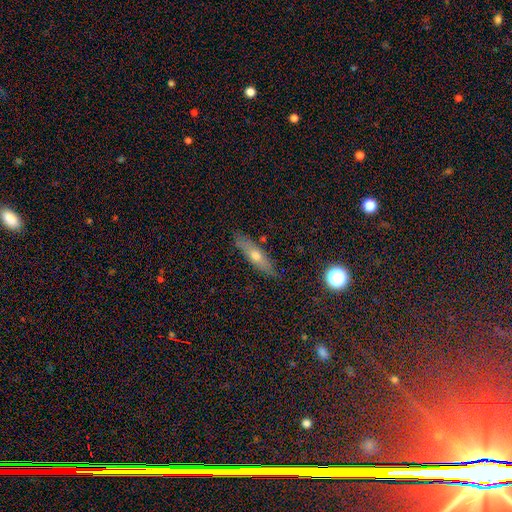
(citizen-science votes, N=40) featured or disk 50%, smooth 45%, star or artifact 5%. Down the decision tree: edge-on disk — yes (65%); edge-on bulge — rounded (77%); merging — none (89%).